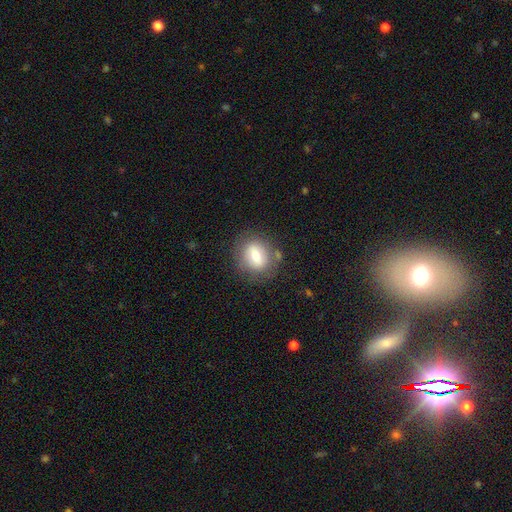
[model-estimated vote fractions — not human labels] Smooth or featured? Predicted: smooth (p=0.70). How rounded? Predicted: round (p=0.50). Merging? Predicted: none (p=0.76).